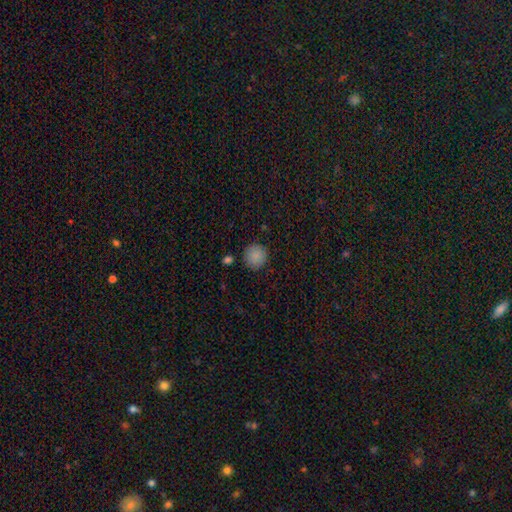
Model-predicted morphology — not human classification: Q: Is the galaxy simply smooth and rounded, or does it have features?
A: smooth — 87%.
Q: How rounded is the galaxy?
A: round — 93%.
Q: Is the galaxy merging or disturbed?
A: none — 87%.